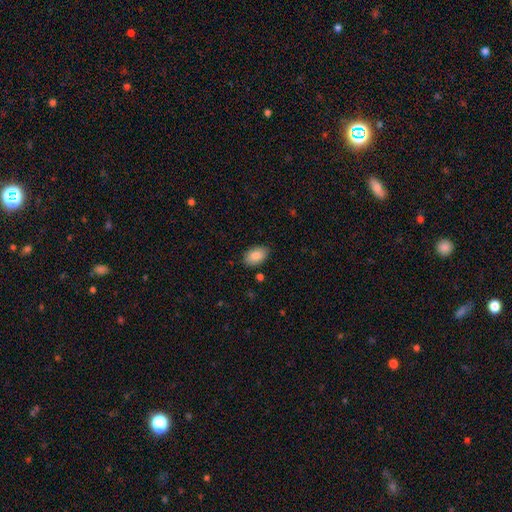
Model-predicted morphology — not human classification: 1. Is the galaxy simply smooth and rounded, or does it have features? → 87% smooth, 7% star or artifact, 6% featured or disk.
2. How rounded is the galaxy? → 91% in between, 7% round, 1% cigar-shaped.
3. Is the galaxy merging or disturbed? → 85% none, 11% minor disturbance, 2% major disturbance, 2% merger.